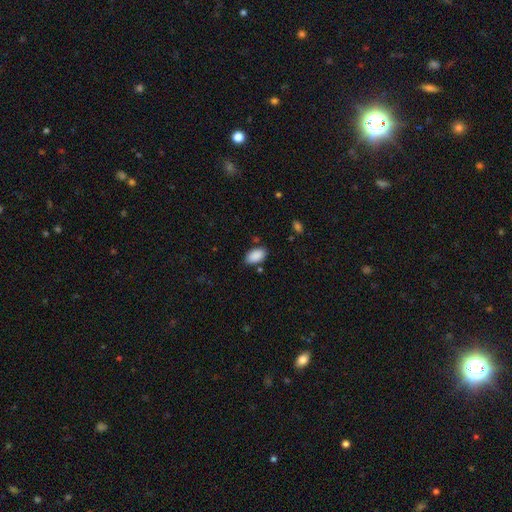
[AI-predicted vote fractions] Morphology: type=smooth (90%); roundness=in between (94%); merging=none (81%).